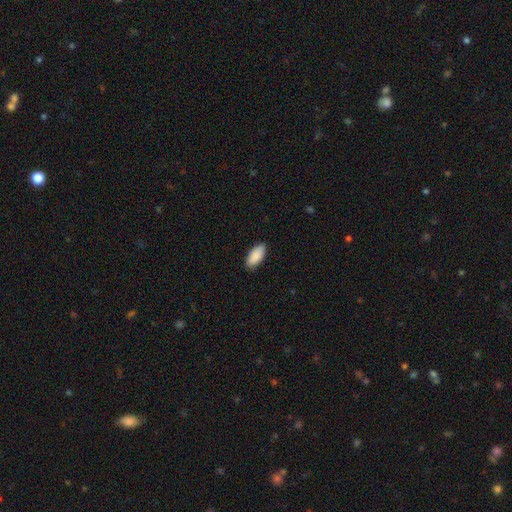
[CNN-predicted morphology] type=smooth (90%); roundness=in between (92%); merging=none (87%).